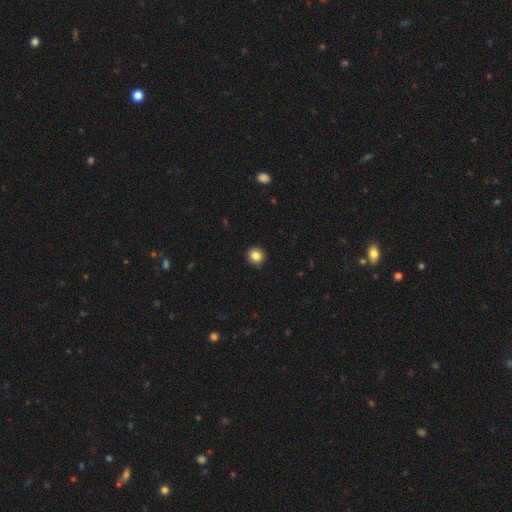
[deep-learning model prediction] Overall: smooth (85%). How rounded: round (91%). Merging: none (91%).